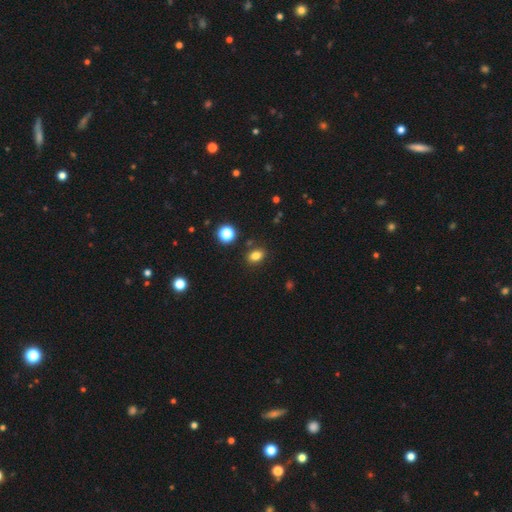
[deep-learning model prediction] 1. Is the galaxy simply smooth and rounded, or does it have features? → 81% smooth, 13% star or artifact, 6% featured or disk.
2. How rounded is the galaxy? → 70% in between, 29% round, 1% cigar-shaped.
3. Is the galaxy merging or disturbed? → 83% none, 10% minor disturbance, 4% merger, 3% major disturbance.